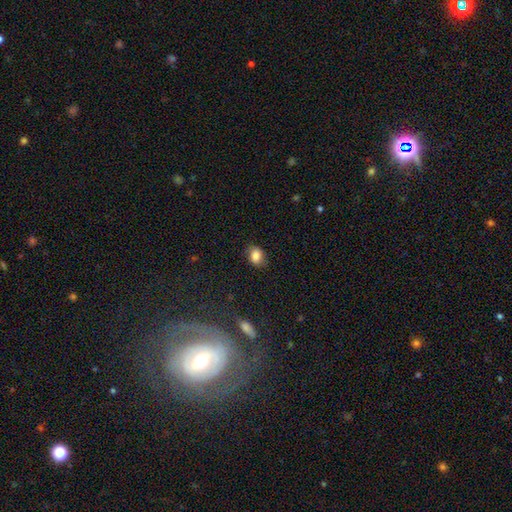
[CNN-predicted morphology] A smooth galaxy with no disk features (83%) that is in between round and cigar-shaped (62%). Merging: none (80%).